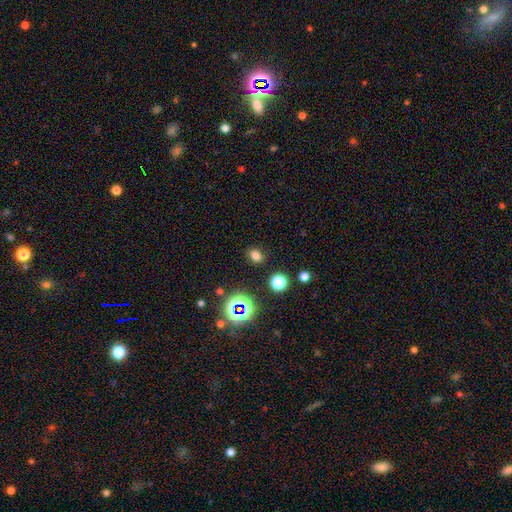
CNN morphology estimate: A smooth galaxy with no disk features (70%) that is in between round and cigar-shaped (57%). Merging: none (83%).